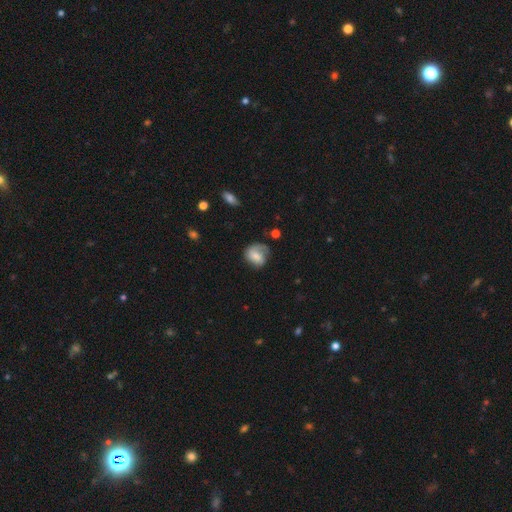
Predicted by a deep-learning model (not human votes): smooth-or-featured: smooth: 51% | featured or disk: 42% | star or artifact: 8%
  how-rounded: round: 57% | in between: 42% | cigar-shaped: 1%
  merging: none: 50% | minor disturbance: 28% | major disturbance: 20% | merger: 2%